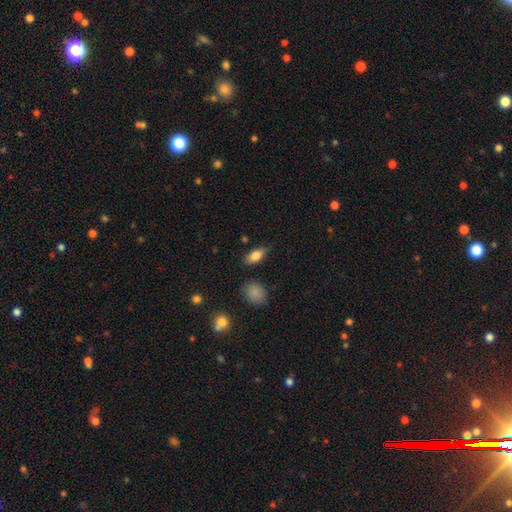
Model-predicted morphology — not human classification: smooth_or_featured: smooth (p=0.78) [alt: featured or disk p=0.15]
how_rounded: in between (p=0.84) [alt: cigar-shaped p=0.11]
merging: none (p=0.79) [alt: minor disturbance p=0.15]